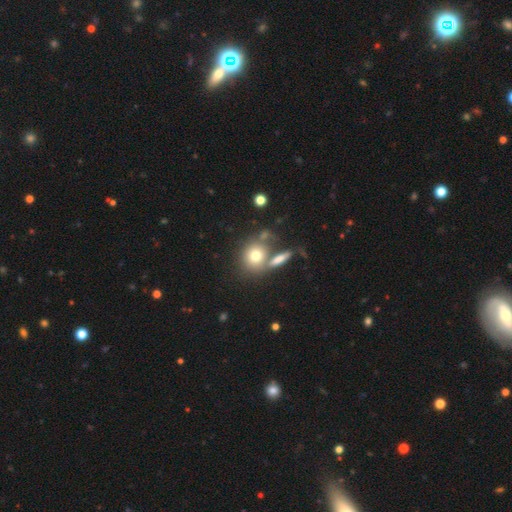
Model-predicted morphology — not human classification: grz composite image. It shows a smooth galaxy with no disk features (74%) that is round (77%). Merging: none (55%).